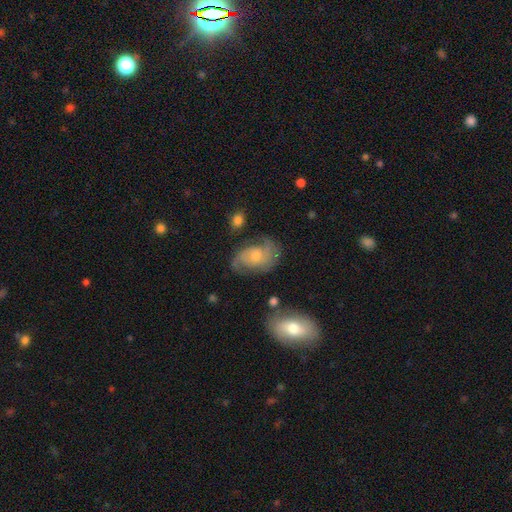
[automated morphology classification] Smooth or featured? Predicted: featured or disk (p=0.76). Edge-on disk? Predicted: no (p=0.97). Bar? Predicted: no (p=0.71). Spiral arms? Predicted: yes (p=0.92). Spiral winding? Predicted: medium (p=0.44). Spiral arm count? Predicted: 2 (p=0.60). Bulge size? Predicted: moderate (p=0.47). Merging? Predicted: none (p=0.66).